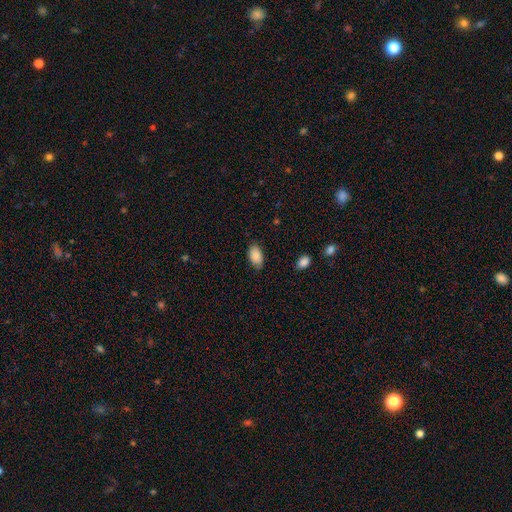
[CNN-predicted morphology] This is clearly a smooth galaxy (88%). How rounded: clearly in between (93%). Merging: likely none (79%).